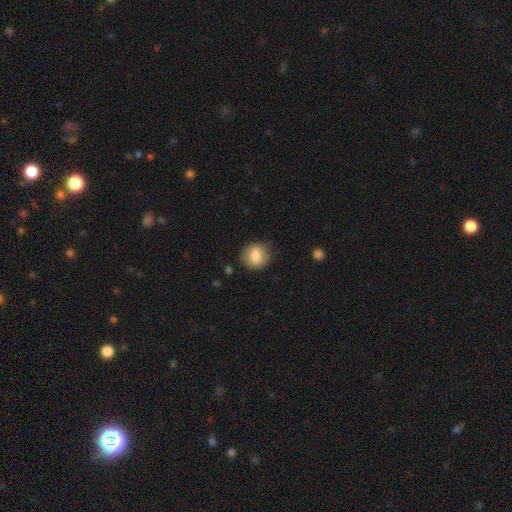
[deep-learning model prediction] A smooth galaxy with no disk features (81%) that is round (76%). Merging: none (81%).